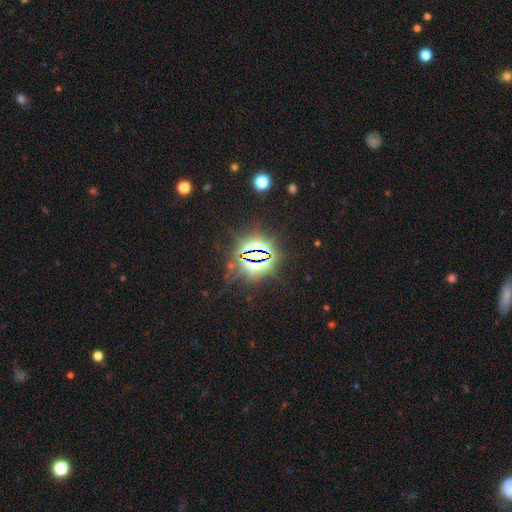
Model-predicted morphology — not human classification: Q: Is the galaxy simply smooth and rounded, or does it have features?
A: star or artifact — 84%.